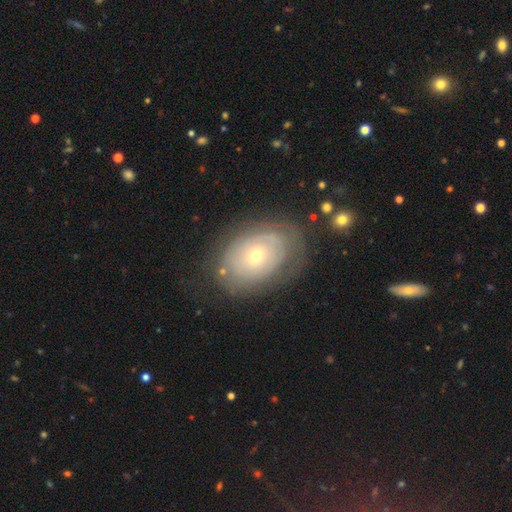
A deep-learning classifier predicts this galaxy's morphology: Overall: featured or disk (55%; smooth 36%). Edge-on disk: no (94%). Bar: no (88%). Spiral arms: no (52%; yes 48%). Bulge size: small (60%; moderate 36%). Merging: none (69%).